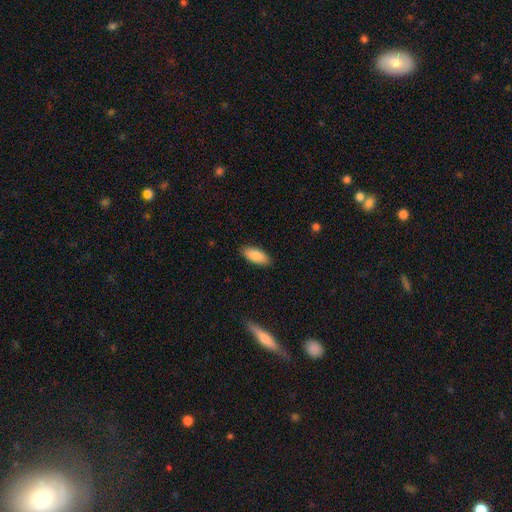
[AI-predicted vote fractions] Morphology: type=smooth (86%); roundness=in between (85%); merging=none (88%).